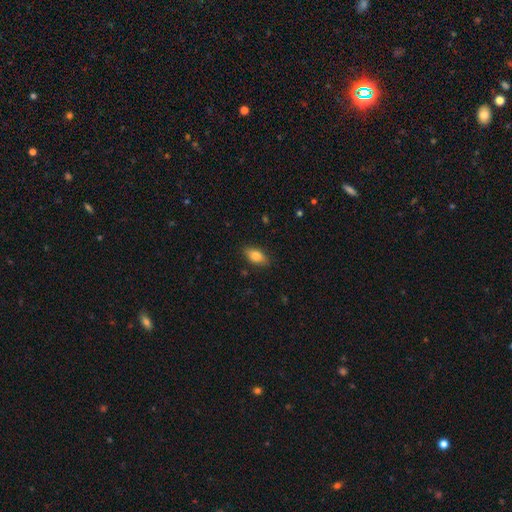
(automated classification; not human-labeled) Morphology: type=smooth (82%); roundness=in between (87%); merging=none (85%).